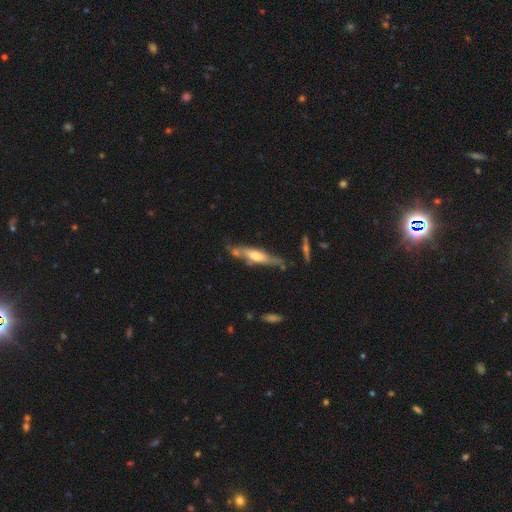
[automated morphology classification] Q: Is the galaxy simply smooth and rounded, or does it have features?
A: featured or disk — 58%.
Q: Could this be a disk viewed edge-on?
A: yes — 78%.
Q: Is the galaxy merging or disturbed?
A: none — 59%.